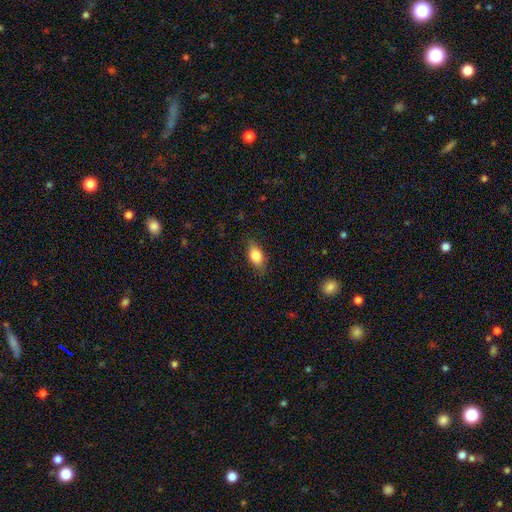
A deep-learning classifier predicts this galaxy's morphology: Smooth or featured? smooth (82%)
How rounded? in between (84%)
Merging? none (81%)